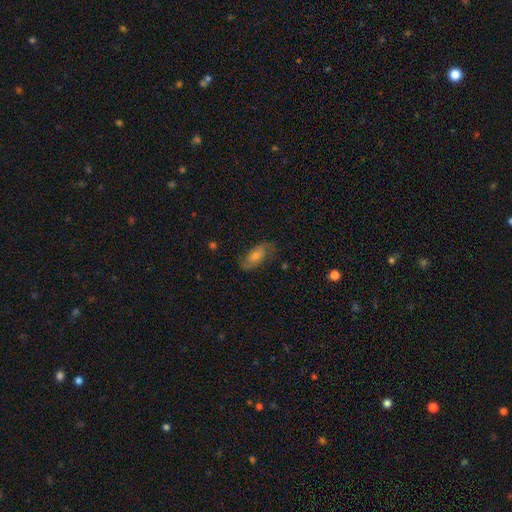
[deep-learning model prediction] Smooth or featured: featured or disk — 61% (smooth — 28%)
Edge-on disk: no — 91% (yes — 9%)
Bar: no — 58% (weak — 33%)
Spiral arms: yes — 86% (no — 14%)
Bulge size: moderate — 52% (small — 37%)
Merging: none — 76% (minor disturbance — 16%)